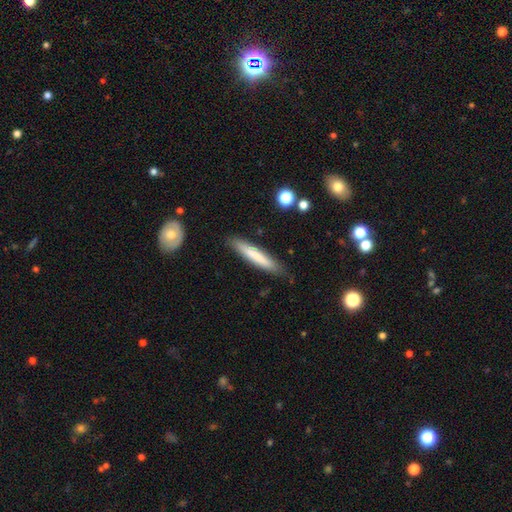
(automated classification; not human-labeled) Morphology: type=smooth (71%); roundness=cigar-shaped (92%); merging=none (83%).